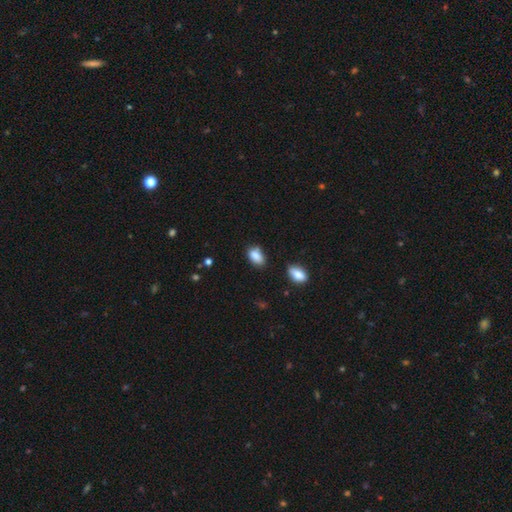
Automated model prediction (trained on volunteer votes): Smooth or featured? smooth (86%)
How rounded? in between (89%)
Merging? none (64%)